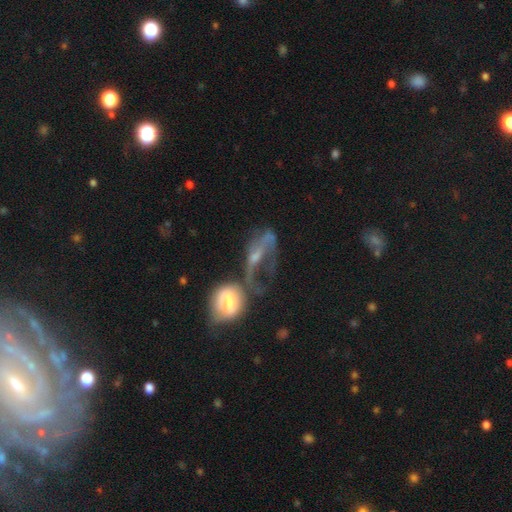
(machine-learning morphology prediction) Smooth or featured?
  - featured or disk: 48% *
  - smooth: 26%
  - star or artifact: 26%
Merging?
  - merger: 36% *
  - none: 35%
  - major disturbance: 15%
  - minor disturbance: 14%